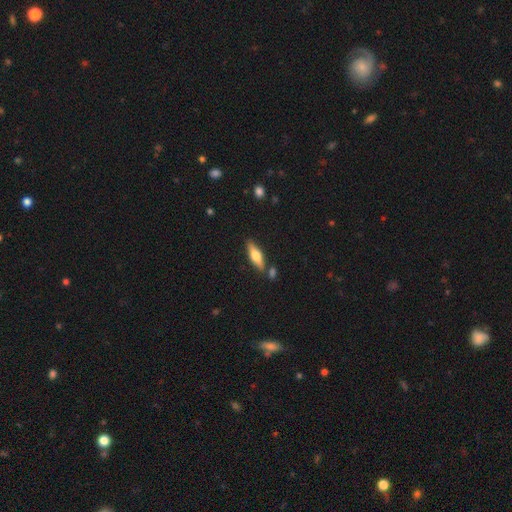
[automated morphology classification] Q: Smooth or featured?
A: smooth (53%); runner-up: featured or disk (41%)
Q: How rounded?
A: cigar-shaped (52%); runner-up: in between (46%)
Q: Merging?
A: none (79%); runner-up: minor disturbance (11%)